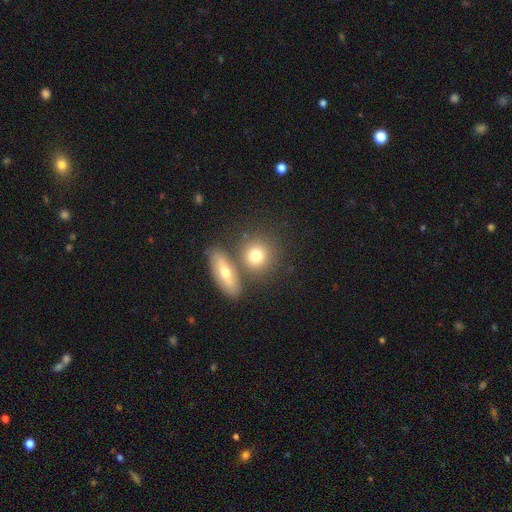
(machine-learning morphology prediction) smooth 75%, featured or disk 16%, star or artifact 9%. Down the decision tree: how rounded — round (72%); merging — none (60%).